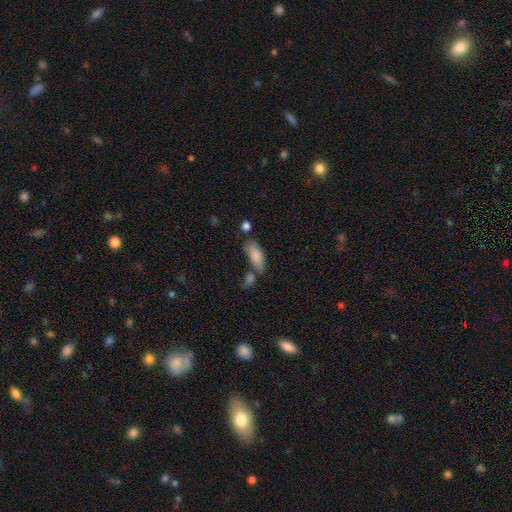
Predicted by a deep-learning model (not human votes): Morphology: type=smooth (84%); roundness=in between (79%); merging=none (60%).